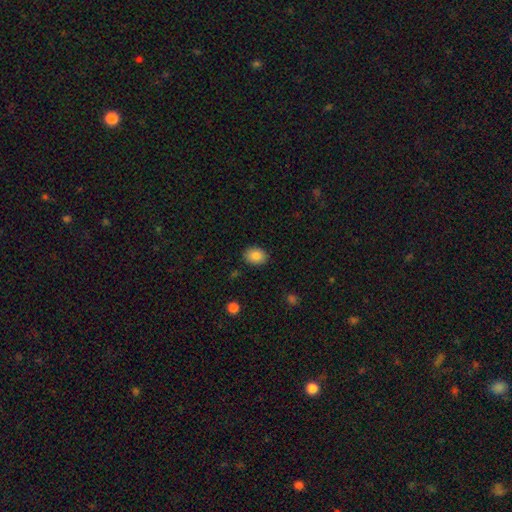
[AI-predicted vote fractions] This appears to be a smooth galaxy with no disk features (85%) that is in between round and cigar-shaped (65%). Merging: none (87%).